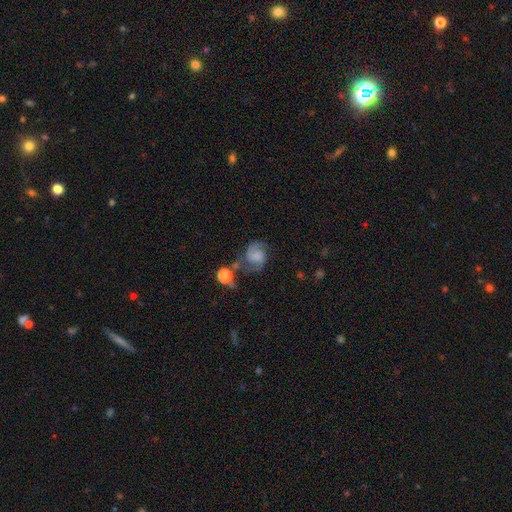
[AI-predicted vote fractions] Smooth or featured? Predicted: featured or disk (p=0.74). Edge-on disk? Predicted: no (p=0.98). Bar? Predicted: no (p=0.54). Spiral arms? Predicted: yes (p=0.95). Spiral winding? Predicted: medium (p=0.53). Spiral arm count? Predicted: 2 (p=0.89). Bulge size? Predicted: none (p=0.35). Merging? Predicted: none (p=0.58).